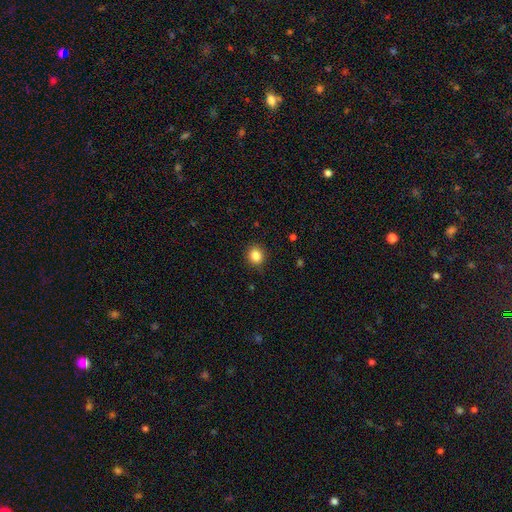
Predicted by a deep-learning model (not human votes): Smooth or featured? smooth (85%)
How rounded? round (79%)
Merging? none (88%)